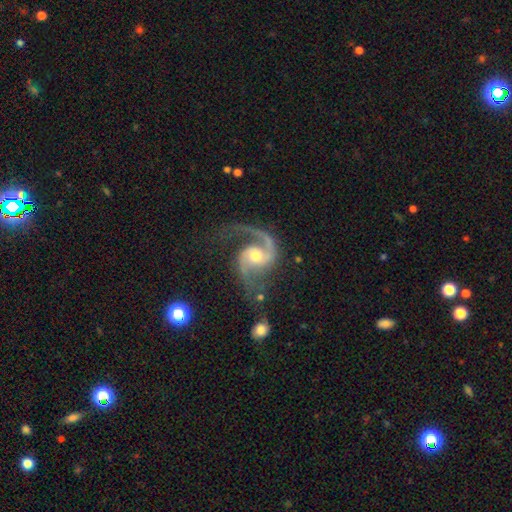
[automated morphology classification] Overall: featured or disk (92%). Edge-on disk: no (98%). Bar: no (55%; weak 35%). Spiral arms: yes (98%). Spiral arm count: 2 (89%). Spiral winding: medium (55%; loose 34%). Bulge size: moderate (69%). Merging: none (64%).